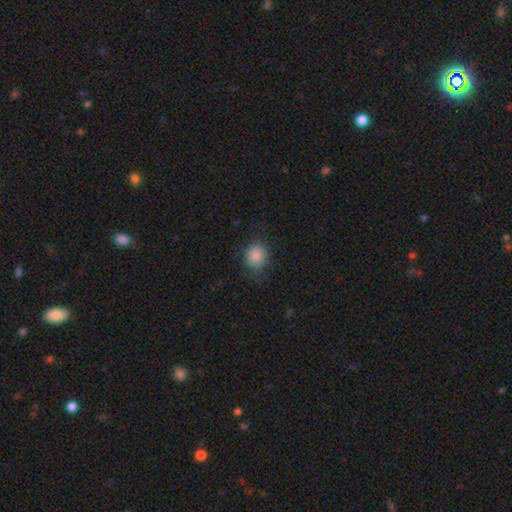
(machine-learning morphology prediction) smooth_or_featured: smooth (p=0.86) [alt: star or artifact p=0.09]
how_rounded: round (p=0.73) [alt: in between p=0.26]
merging: none (p=0.75) [alt: minor disturbance p=0.18]